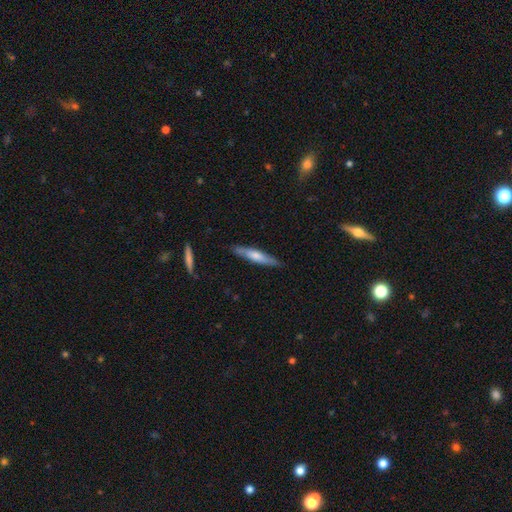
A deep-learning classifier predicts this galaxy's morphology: Smooth or featured?
  - smooth: 55% *
  - featured or disk: 40%
  - star or artifact: 5%
How rounded?
  - cigar-shaped: 89% *
  - in between: 10%
  - round: 1%
Merging?
  - none: 84% *
  - minor disturbance: 13%
  - major disturbance: 2%
  - merger: 2%